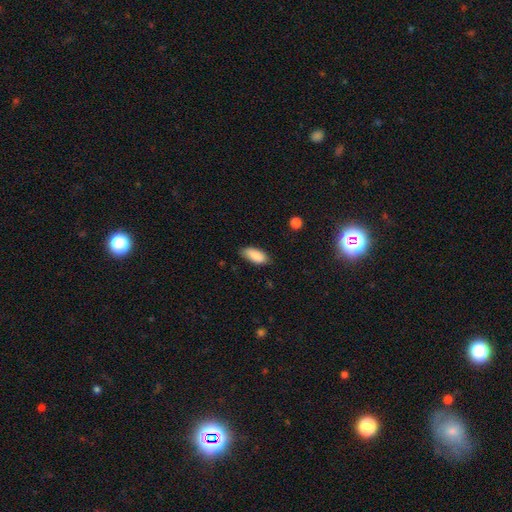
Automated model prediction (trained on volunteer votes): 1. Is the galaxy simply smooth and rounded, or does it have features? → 88% smooth, 7% star or artifact, 5% featured or disk.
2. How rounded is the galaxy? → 88% in between, 10% cigar-shaped, 2% round.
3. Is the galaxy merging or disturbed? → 78% none, 18% minor disturbance, 3% major disturbance, 1% merger.